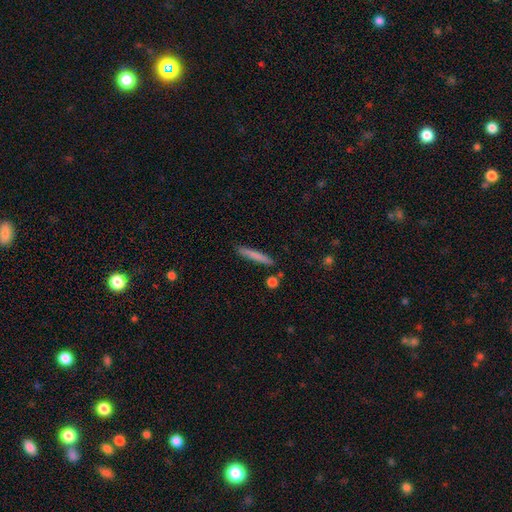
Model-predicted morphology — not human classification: The model was most divided on "smooth or featured": smooth: 74%, featured or disk: 20%, star or artifact: 6%. More confident: how rounded — cigar-shaped (95%); merging — none (87%).